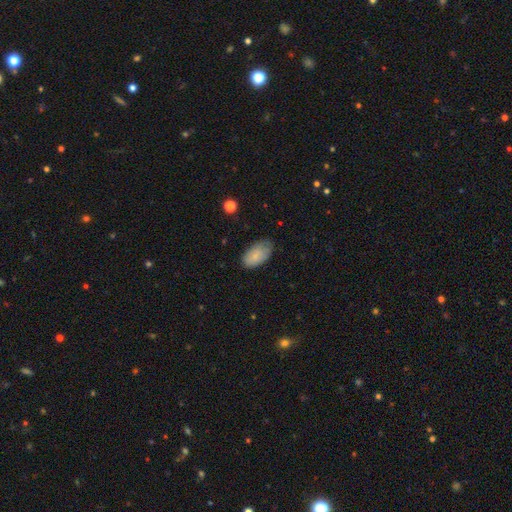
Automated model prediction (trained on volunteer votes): This appears to be a smooth galaxy with no disk features (79%) that is in between round and cigar-shaped (94%). Merging: none (64%).